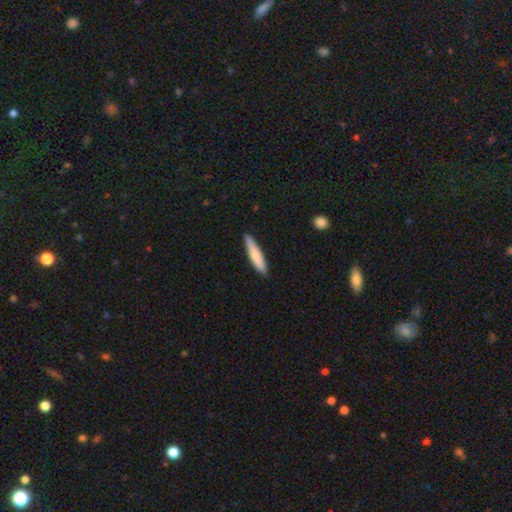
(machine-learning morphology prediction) smooth 75%, featured or disk 20%, star or artifact 5%. Down the decision tree: how rounded — cigar-shaped (88%); merging — none (89%).